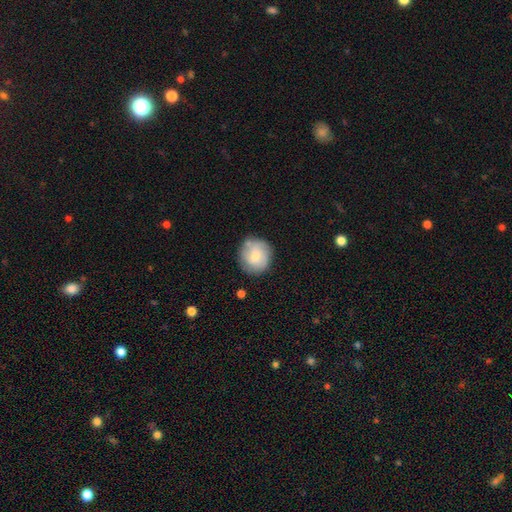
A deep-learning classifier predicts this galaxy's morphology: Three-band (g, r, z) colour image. It shows a smooth galaxy with no disk features (60%) that is round (88%). Merging: none (76%).